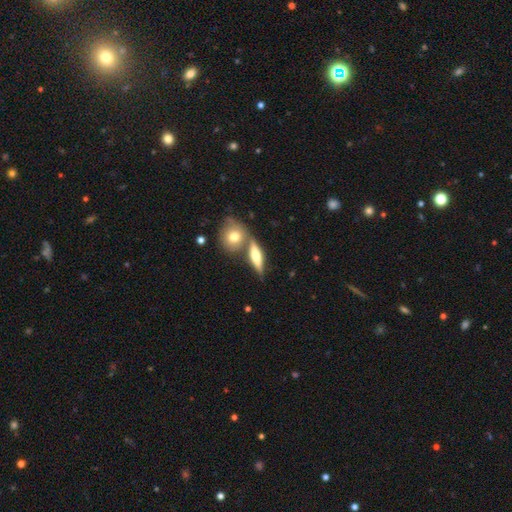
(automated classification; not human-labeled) A smooth galaxy with no disk features (54%) that is cigar-shaped (49%).

Vote fractions:
- Smooth or featured? smooth: 54% / featured or disk: 39% / star or artifact: 7%
- How rounded? cigar-shaped: 49% / in between: 42% / round: 10%
- Merging? none: 62% / merger: 21% / minor disturbance: 13% / major disturbance: 4%